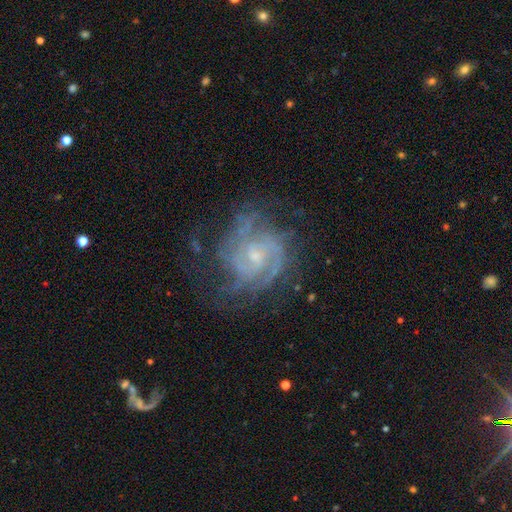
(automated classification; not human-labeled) A featured or disk galaxy (86%) with no bar (53%), tight (56%) spiral arms (95%) and a small central bulge (63%). Merging: none (65%).